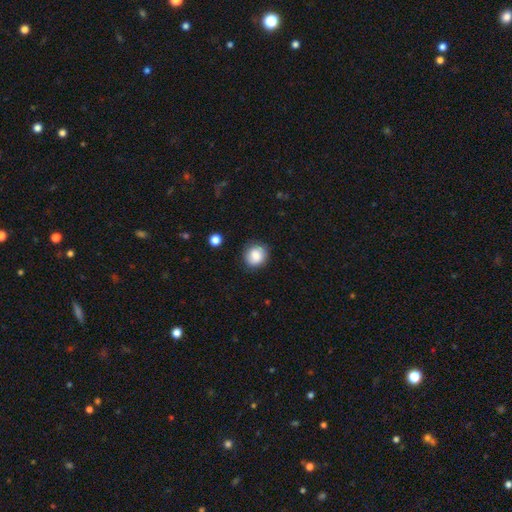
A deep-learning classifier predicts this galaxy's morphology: smooth_or_featured: smooth (p=0.83) [alt: star or artifact p=0.09]
how_rounded: round (p=0.84) [alt: in between p=0.15]
merging: none (p=0.84) [alt: minor disturbance p=0.11]